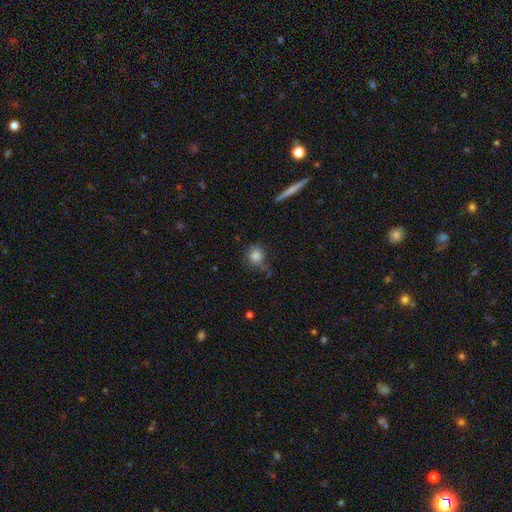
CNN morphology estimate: This is clearly a smooth galaxy (81%). How rounded: clearly round (83%). Merging: likely none (62%).